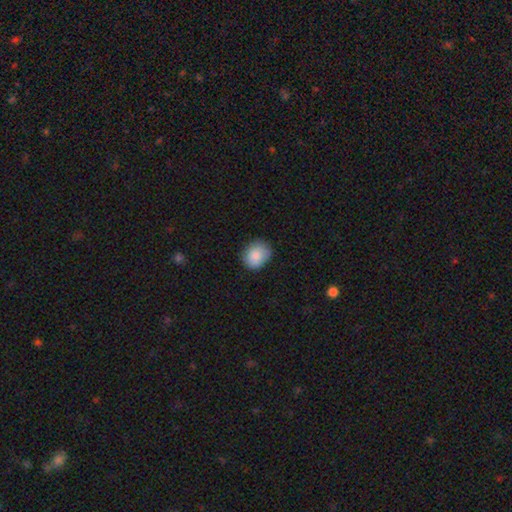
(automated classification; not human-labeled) A smooth galaxy with no disk features (86%) that is round (61%). Merging: none (79%).